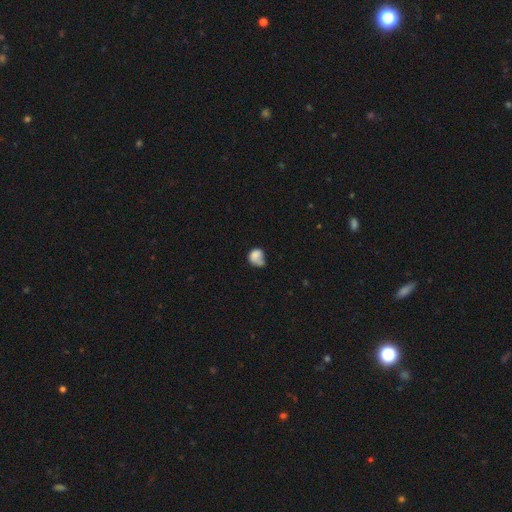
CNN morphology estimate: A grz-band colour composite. It shows a smooth galaxy with no disk features (75%) that is round (54%). Merging: minor disturbance (34%).